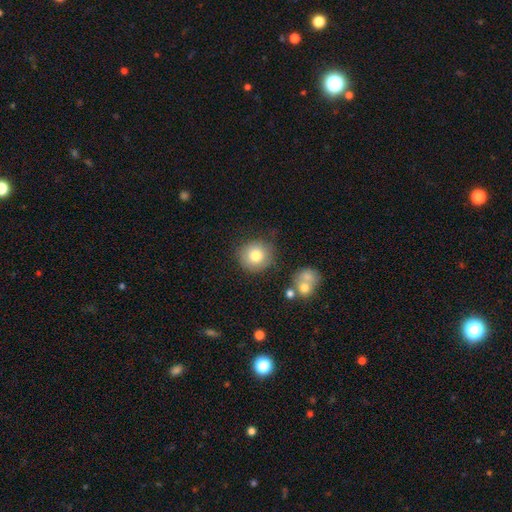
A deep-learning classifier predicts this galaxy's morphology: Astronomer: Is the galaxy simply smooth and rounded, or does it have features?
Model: smooth — 79%.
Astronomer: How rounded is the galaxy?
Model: round — 91%.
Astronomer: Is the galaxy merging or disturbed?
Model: none — 80%.